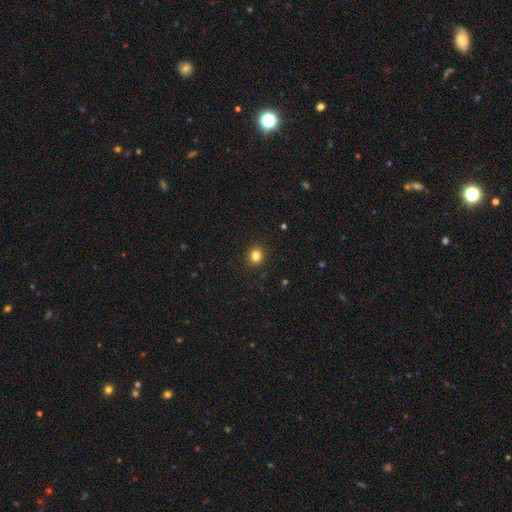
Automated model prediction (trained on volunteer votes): Smooth or featured?
  - smooth: 82% *
  - star or artifact: 12%
  - featured or disk: 5%
How rounded?
  - round: 82% *
  - in between: 17%
  - cigar-shaped: 1%
Merging?
  - none: 92% *
  - minor disturbance: 5%
  - major disturbance: 2%
  - merger: 1%